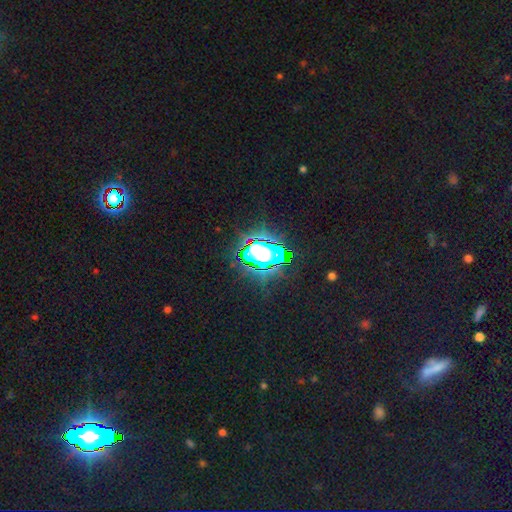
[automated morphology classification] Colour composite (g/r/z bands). It shows a star or artifact, not a galaxy (83%).